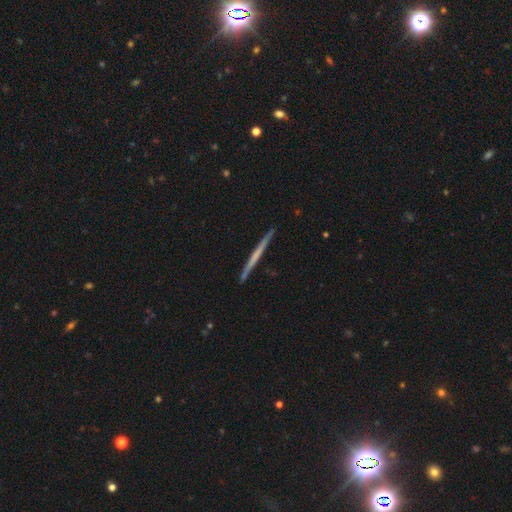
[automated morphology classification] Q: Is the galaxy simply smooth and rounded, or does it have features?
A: featured or disk — 56%.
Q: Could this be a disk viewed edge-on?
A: yes — 98%.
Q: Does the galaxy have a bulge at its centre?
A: none — 88%.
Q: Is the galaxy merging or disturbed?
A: none — 92%.